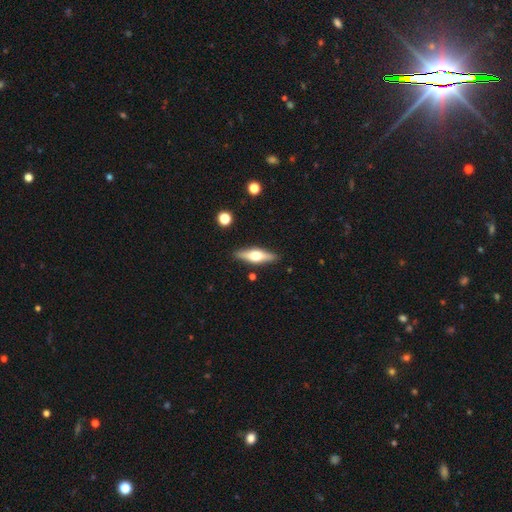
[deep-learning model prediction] Overall: featured or disk (55%; smooth 39%). Edge-on disk: yes (93%). Edge-on bulge: rounded (93%). Merging: none (88%).